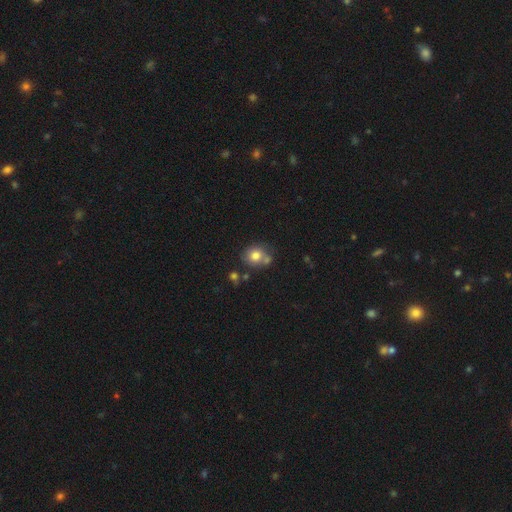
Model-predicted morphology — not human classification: Smooth or featured? Predicted: smooth (p=0.78). How rounded? Predicted: round (p=0.76). Merging? Predicted: none (p=0.59).